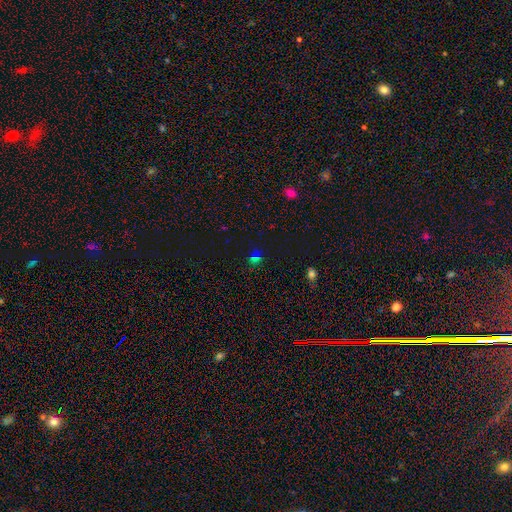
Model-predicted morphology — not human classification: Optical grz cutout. It shows a smooth galaxy with no disk features (47%). Merging: none (74%).